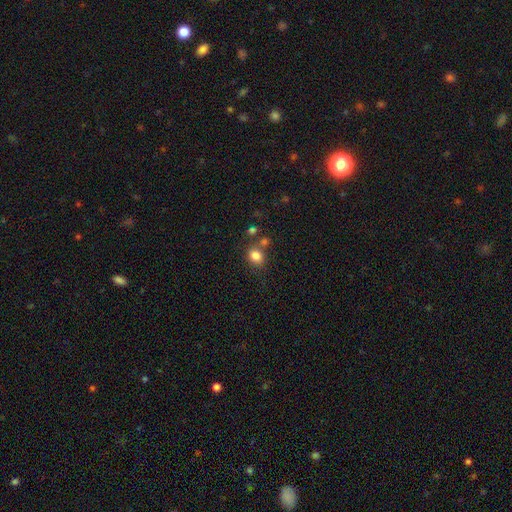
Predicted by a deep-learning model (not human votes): Smooth or featured? smooth (83%)
How rounded? in between (53%)
Merging? none (65%)